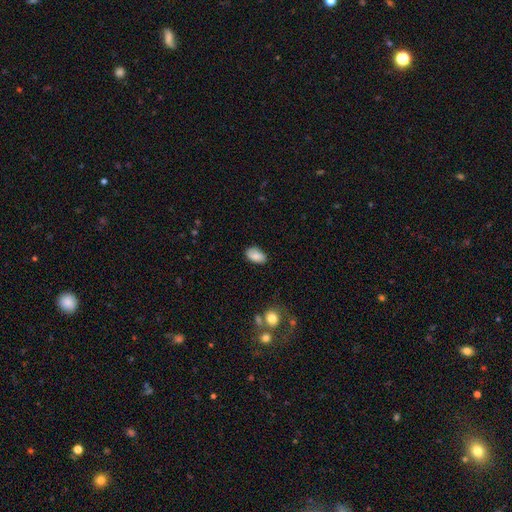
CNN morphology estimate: This appears to be a smooth galaxy with no disk features (84%) that is in between round and cigar-shaped (93%). Merging: none (80%).